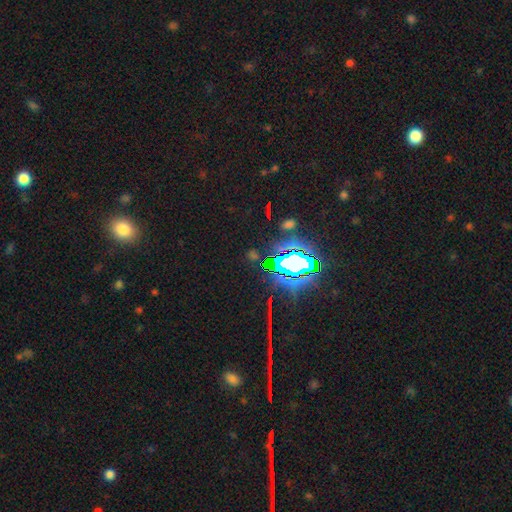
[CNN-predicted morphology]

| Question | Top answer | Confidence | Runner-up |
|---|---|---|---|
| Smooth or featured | star or artifact | 78% | smooth (12%) |